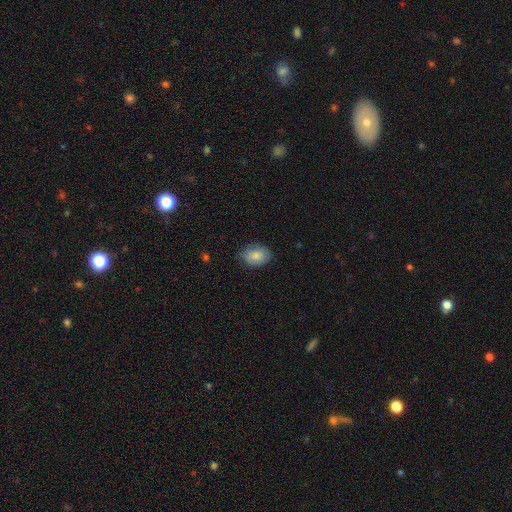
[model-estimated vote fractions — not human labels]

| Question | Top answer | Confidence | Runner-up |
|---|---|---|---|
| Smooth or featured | smooth | 83% | featured or disk (10%) |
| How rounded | in between | 75% | round (24%) |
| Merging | none | 74% | minor disturbance (21%) |